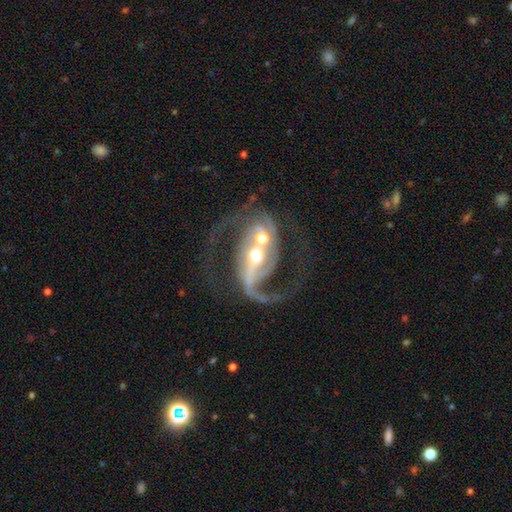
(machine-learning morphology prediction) featured or disk 87%, smooth 6%, star or artifact 6%. Down the decision tree: edge-on disk — no (97%); bar — strong (41%); spiral arms — yes (95%); spiral arm count — 2 (81%); spiral winding — loose (45%); bulge size — moderate (65%); merging — merger (44%).